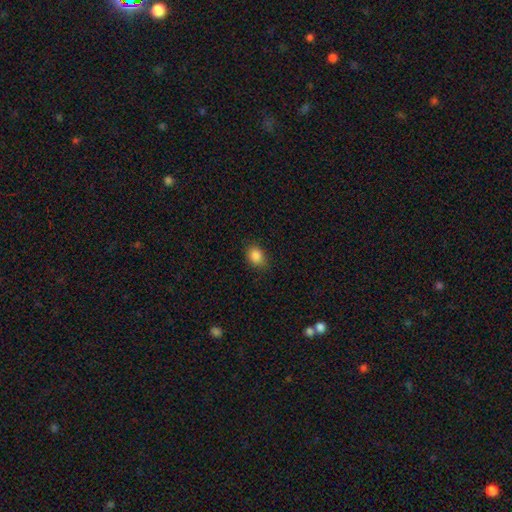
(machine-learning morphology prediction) type=smooth (86%); roundness=in between (56%); merging=none (82%).